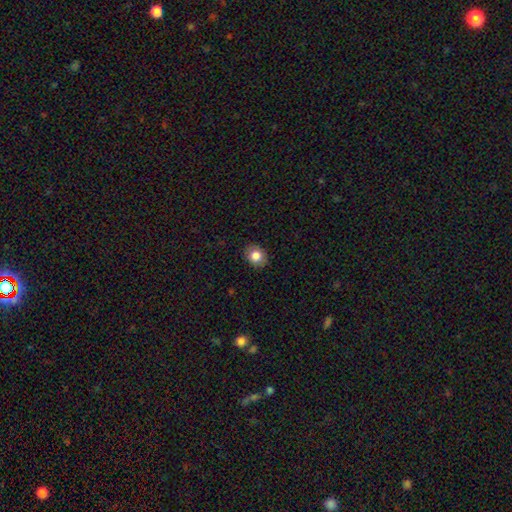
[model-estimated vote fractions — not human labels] Morphology: type=smooth (82%); roundness=round (63%); merging=none (89%).